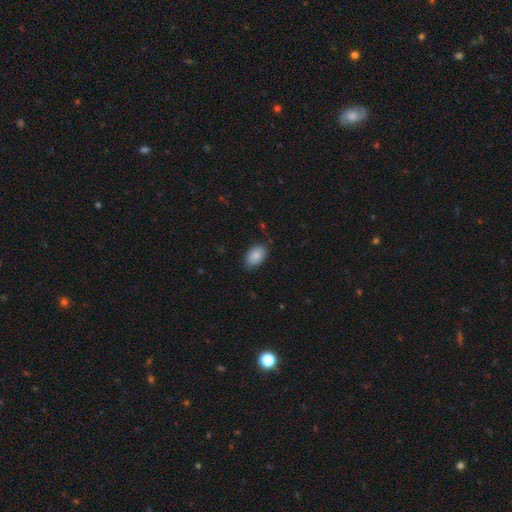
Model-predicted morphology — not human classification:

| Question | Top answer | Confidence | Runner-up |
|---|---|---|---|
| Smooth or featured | smooth | 85% | featured or disk (8%) |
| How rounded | in between | 90% | round (9%) |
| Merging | none | 81% | minor disturbance (15%) |